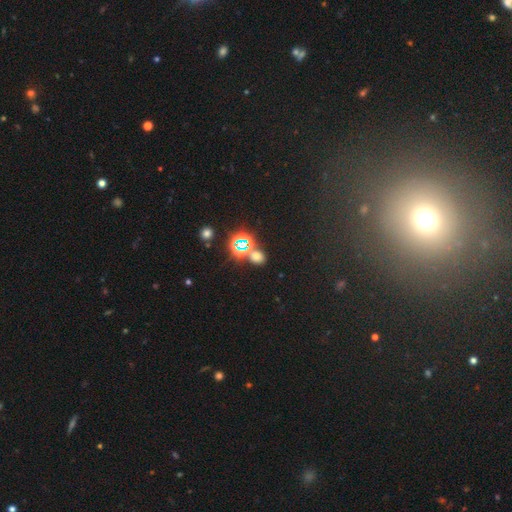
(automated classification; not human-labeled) Overall: smooth (51%; star or artifact 42%). How rounded: round (61%; in between 37%). Merging: none (71%).